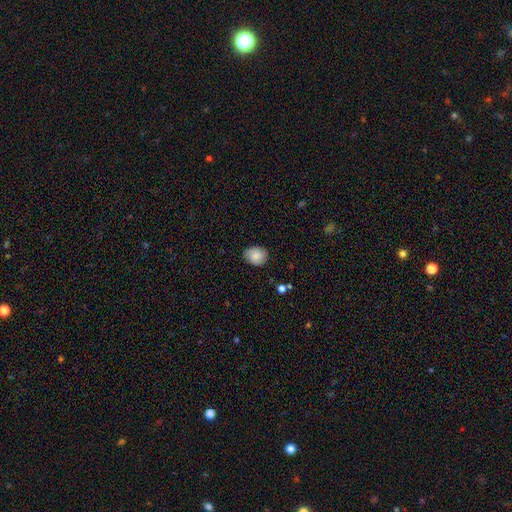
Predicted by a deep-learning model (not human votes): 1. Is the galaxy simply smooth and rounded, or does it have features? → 82% smooth, 10% featured or disk, 8% star or artifact.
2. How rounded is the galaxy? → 57% round, 42% in between, 1% cigar-shaped.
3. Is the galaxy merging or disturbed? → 78% none, 18% minor disturbance, 3% major disturbance, 1% merger.